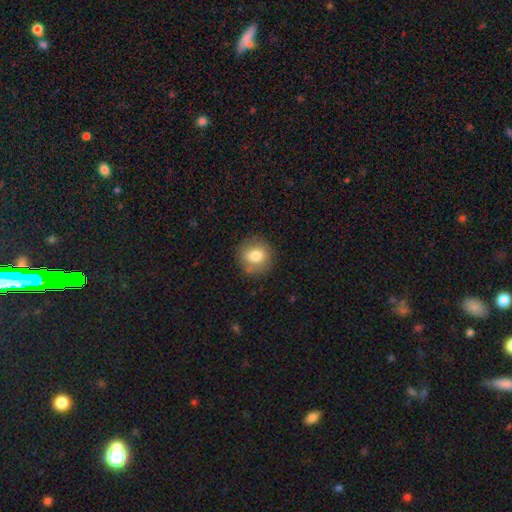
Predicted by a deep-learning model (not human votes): Q: Smooth or featured?
A: smooth (78%); runner-up: featured or disk (13%)
Q: How rounded?
A: round (87%); runner-up: in between (12%)
Q: Merging?
A: none (82%); runner-up: minor disturbance (13%)